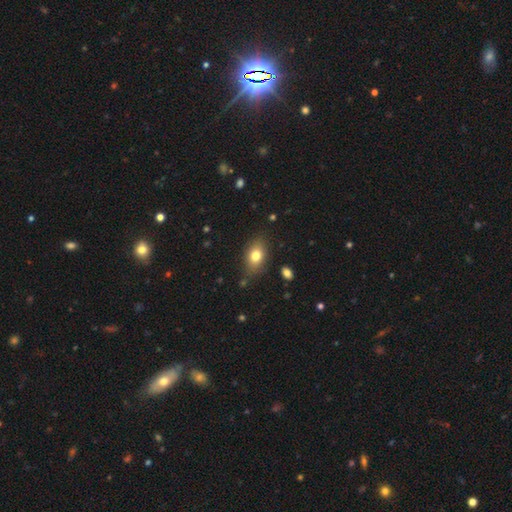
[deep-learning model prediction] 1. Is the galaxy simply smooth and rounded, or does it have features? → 78% smooth, 12% featured or disk, 9% star or artifact.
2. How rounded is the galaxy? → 80% in between, 17% round, 3% cigar-shaped.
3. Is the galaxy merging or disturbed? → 80% none, 15% minor disturbance, 4% major disturbance, 2% merger.